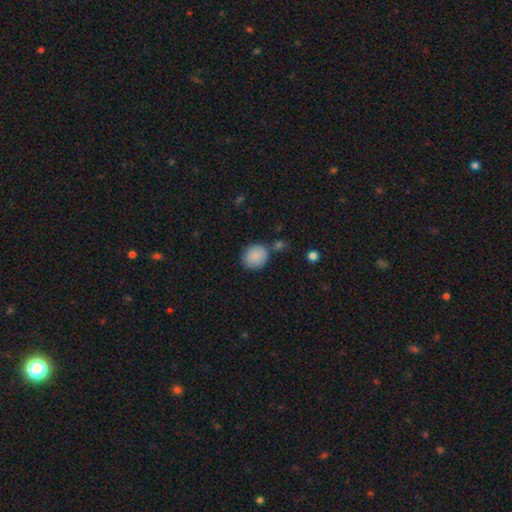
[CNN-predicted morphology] Q: Smooth or featured?
A: smooth (87%); runner-up: star or artifact (7%)
Q: How rounded?
A: round (71%); runner-up: in between (28%)
Q: Merging?
A: none (71%); runner-up: minor disturbance (16%)